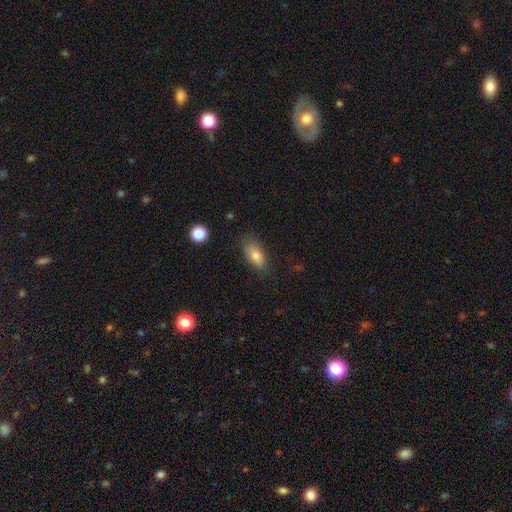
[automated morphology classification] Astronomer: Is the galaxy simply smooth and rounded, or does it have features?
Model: smooth — 79%.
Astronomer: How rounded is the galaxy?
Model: in between — 83%.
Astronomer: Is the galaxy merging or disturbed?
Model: none — 76%.